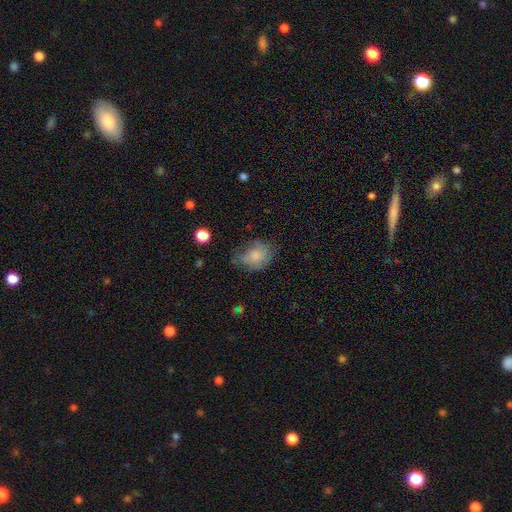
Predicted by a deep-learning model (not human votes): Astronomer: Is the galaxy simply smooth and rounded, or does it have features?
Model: smooth — 74%.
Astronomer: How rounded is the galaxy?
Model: in between — 61% (runner-up: round, 38%).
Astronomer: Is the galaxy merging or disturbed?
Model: none — 44% (runner-up: minor disturbance, 35%).